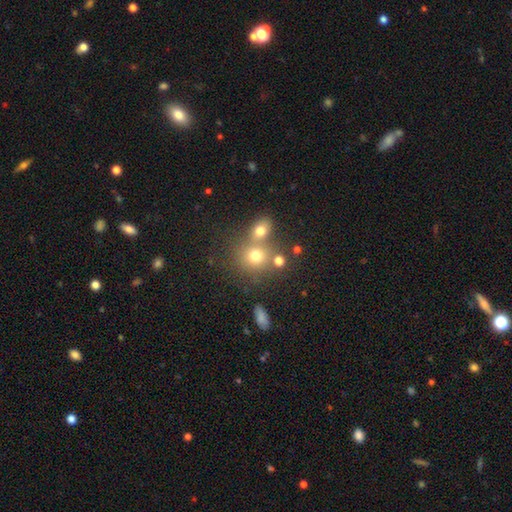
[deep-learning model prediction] Smooth or featured?
  - smooth: 71% *
  - star or artifact: 16%
  - featured or disk: 13%
How rounded?
  - round: 79% *
  - in between: 20%
  - cigar-shaped: 1%
Merging?
  - none: 50% *
  - merger: 36%
  - minor disturbance: 9%
  - major disturbance: 5%